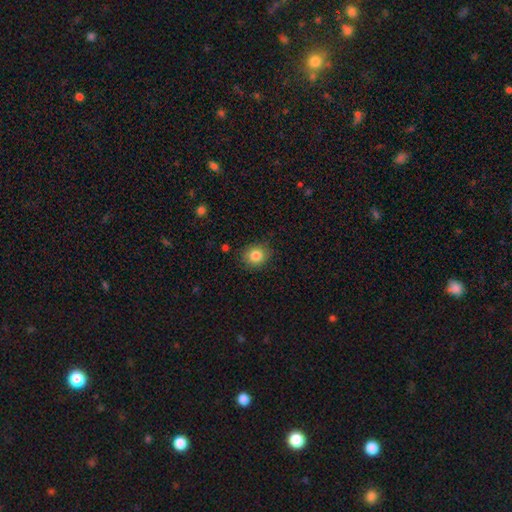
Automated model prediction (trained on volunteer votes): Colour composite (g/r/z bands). It shows a smooth galaxy with no disk features (84%) that is round (75%). Merging: none (85%).